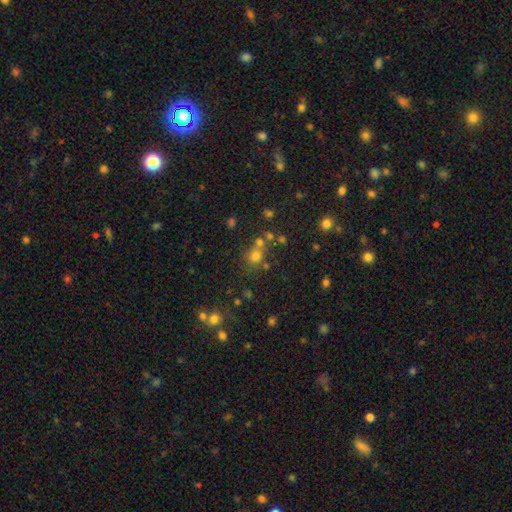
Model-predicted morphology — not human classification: type=smooth (65%); roundness=round (83%); merging=none (62%).